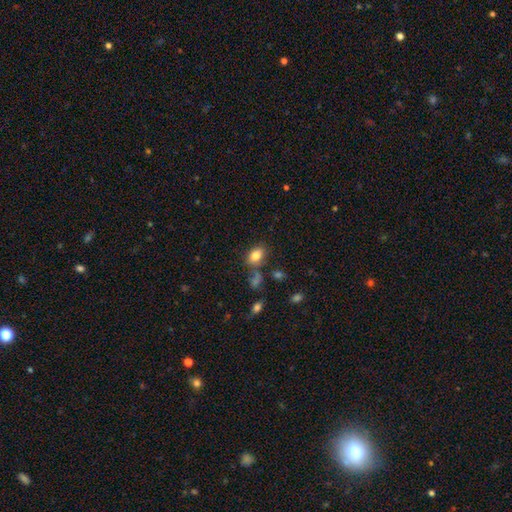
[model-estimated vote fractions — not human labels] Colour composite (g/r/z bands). It shows a smooth galaxy with no disk features (82%) that is in between round and cigar-shaped (77%). Merging: none (71%).